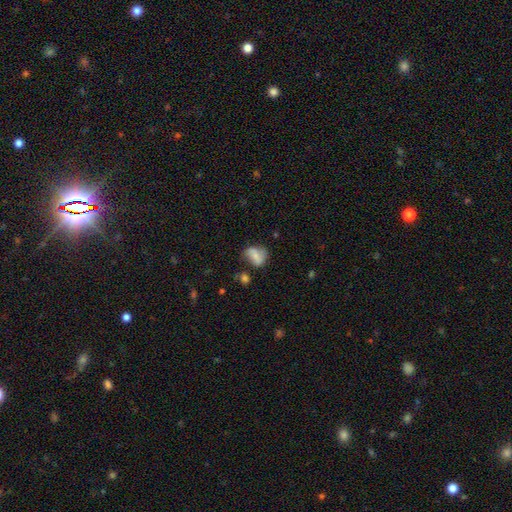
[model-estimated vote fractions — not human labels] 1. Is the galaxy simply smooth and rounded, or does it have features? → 54% smooth, 36% featured or disk, 10% star or artifact.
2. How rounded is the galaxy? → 64% in between, 33% round, 3% cigar-shaped.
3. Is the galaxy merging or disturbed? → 53% none, 26% minor disturbance, 13% major disturbance, 8% merger.